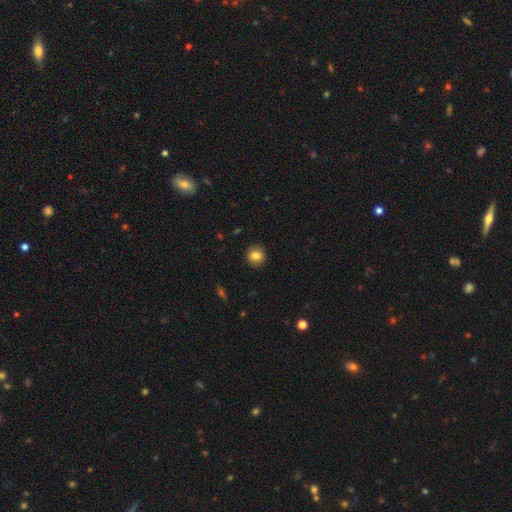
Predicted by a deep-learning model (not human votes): smooth_or_featured: smooth (p=0.82) [alt: star or artifact p=0.09]
how_rounded: round (p=0.88) [alt: in between p=0.11]
merging: none (p=0.91) [alt: minor disturbance p=0.06]